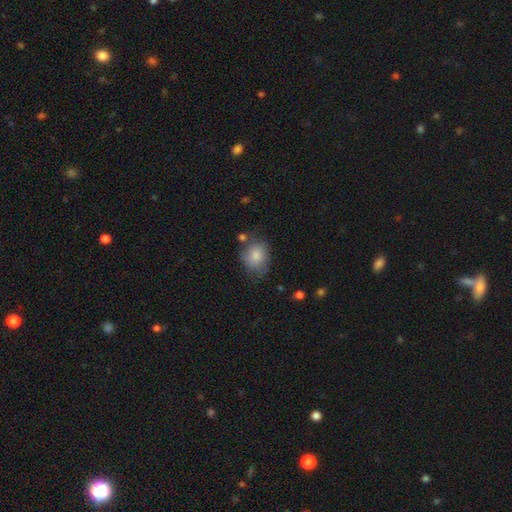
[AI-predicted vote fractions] A smooth galaxy with no disk features (81%) that is round (52%).

Vote fractions:
- Smooth or featured? smooth: 81% / featured or disk: 11% / star or artifact: 8%
- How rounded? round: 52% / in between: 47% / cigar-shaped: 1%
- Merging? none: 57% / minor disturbance: 27% / major disturbance: 9% / merger: 6%